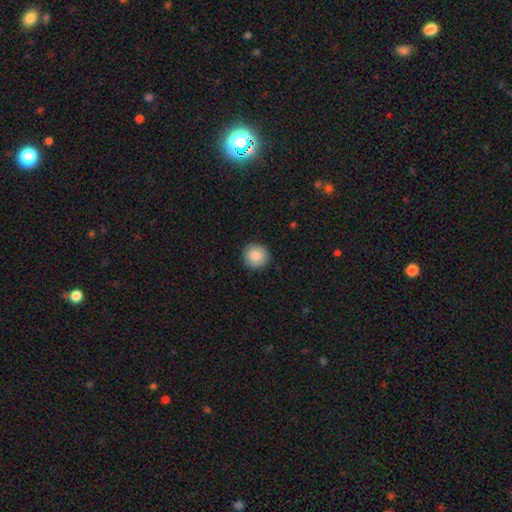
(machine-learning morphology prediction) This is clearly a smooth galaxy (87%). How rounded: clearly round (92%). Merging: clearly none (90%).